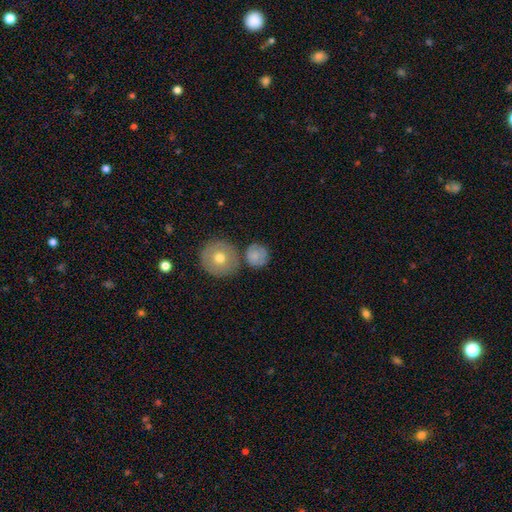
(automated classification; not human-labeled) Q: Smooth or featured?
A: smooth (75%); runner-up: featured or disk (17%)
Q: How rounded?
A: round (88%); runner-up: in between (11%)
Q: Merging?
A: none (67%); runner-up: minor disturbance (14%)